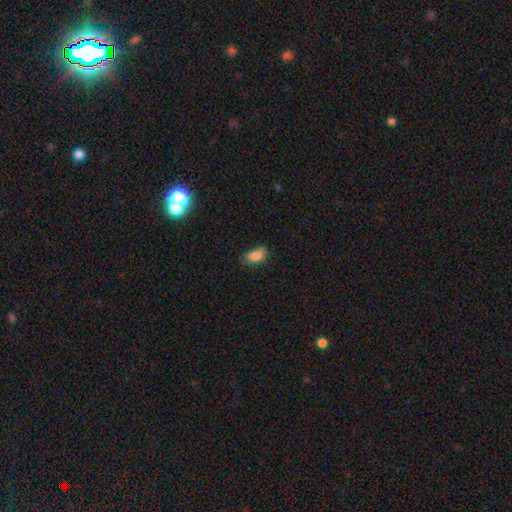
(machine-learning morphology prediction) Q: Smooth or featured?
A: smooth (84%); runner-up: star or artifact (9%)
Q: How rounded?
A: in between (90%); runner-up: cigar-shaped (5%)
Q: Merging?
A: none (59%); runner-up: minor disturbance (31%)